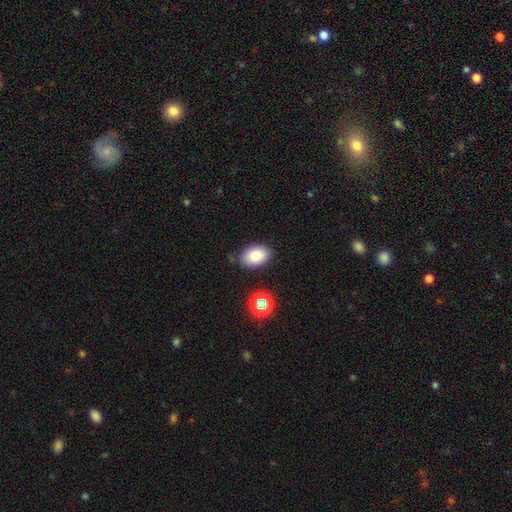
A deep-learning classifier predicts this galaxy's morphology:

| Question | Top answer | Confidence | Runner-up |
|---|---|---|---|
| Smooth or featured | smooth | 85% | star or artifact (9%) |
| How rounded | in between | 89% | round (10%) |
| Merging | none | 81% | minor disturbance (13%) |